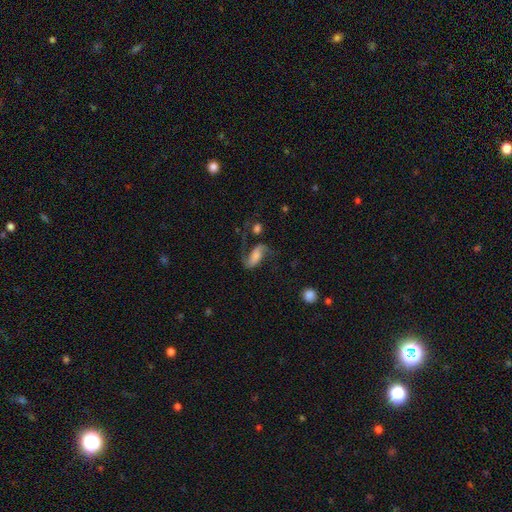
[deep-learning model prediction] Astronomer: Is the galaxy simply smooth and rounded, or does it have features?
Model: featured or disk — 70%.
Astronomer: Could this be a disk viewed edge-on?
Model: no — 95%.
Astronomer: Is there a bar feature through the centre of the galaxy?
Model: no — 37% (runner-up: weak, 35%).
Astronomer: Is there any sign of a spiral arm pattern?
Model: yes — 94%.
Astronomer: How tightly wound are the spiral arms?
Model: loose — 69%.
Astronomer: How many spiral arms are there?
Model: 2 — 89%.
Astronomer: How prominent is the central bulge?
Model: none — 25%, tied with large at 25%.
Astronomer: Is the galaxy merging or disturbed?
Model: none — 53%.